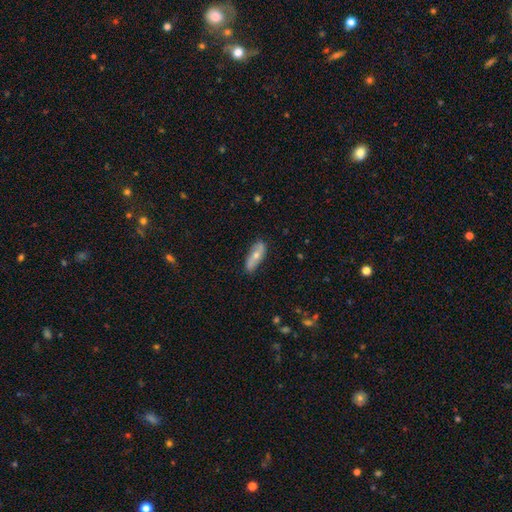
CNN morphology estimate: The model was most divided on "smooth or featured": smooth: 53%, featured or disk: 41%, star or artifact: 6%. More confident: merging — none (79%); how rounded — in between (62%).